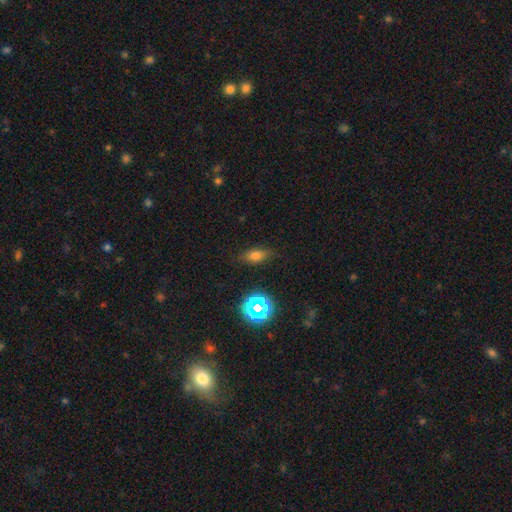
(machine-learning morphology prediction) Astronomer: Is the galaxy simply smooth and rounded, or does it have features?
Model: smooth — 69%.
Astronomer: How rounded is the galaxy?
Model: in between — 79%.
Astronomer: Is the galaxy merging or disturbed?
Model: none — 80%.